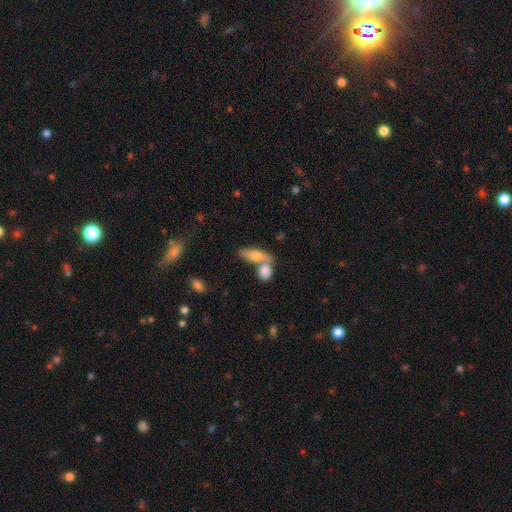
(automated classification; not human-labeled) smooth-or-featured: smooth: 73% | featured or disk: 20% | star or artifact: 7%
  how-rounded: in between: 73% | cigar-shaped: 22% | round: 5%
  merging: merger: 54% | none: 33% | minor disturbance: 9% | major disturbance: 4%